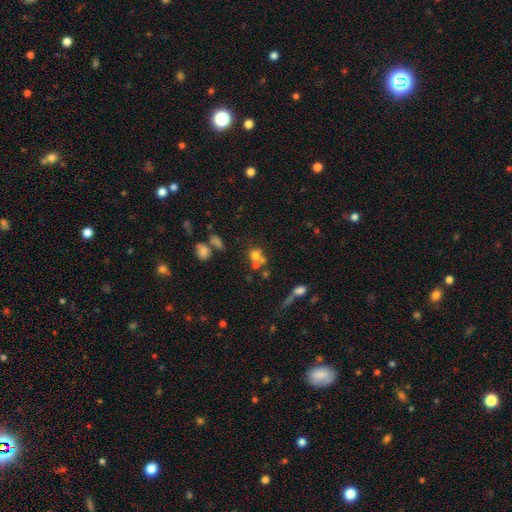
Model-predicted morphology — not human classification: Q: Smooth or featured?
A: smooth (65%); runner-up: featured or disk (17%)
Q: How rounded?
A: round (78%); runner-up: in between (21%)
Q: Merging?
A: merger (43%); runner-up: none (41%)